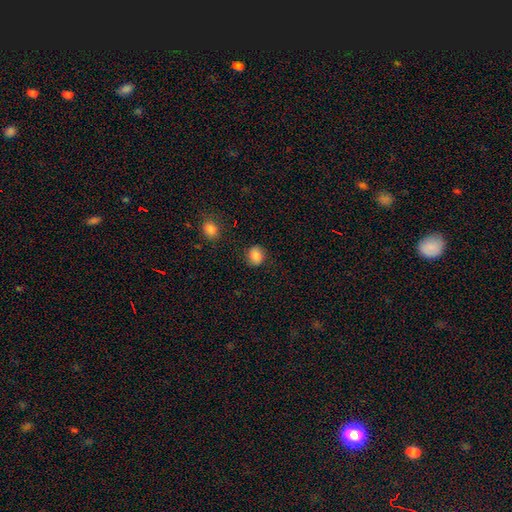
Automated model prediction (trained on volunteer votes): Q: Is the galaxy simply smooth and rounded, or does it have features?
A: smooth — 85%.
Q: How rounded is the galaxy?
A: round — 71%.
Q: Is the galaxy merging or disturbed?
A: none — 84%.